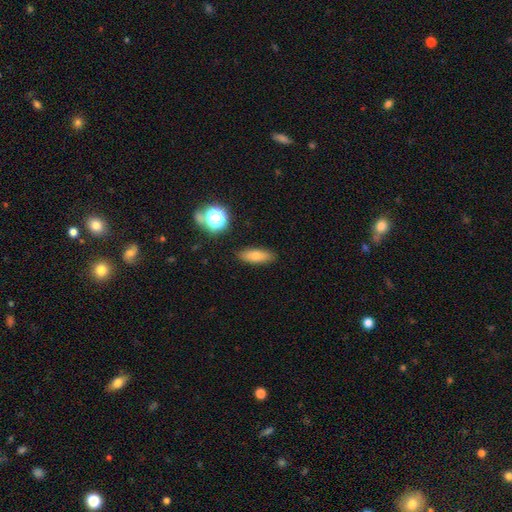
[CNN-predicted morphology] type=smooth (73%); roundness=in between (59%); merging=none (87%).